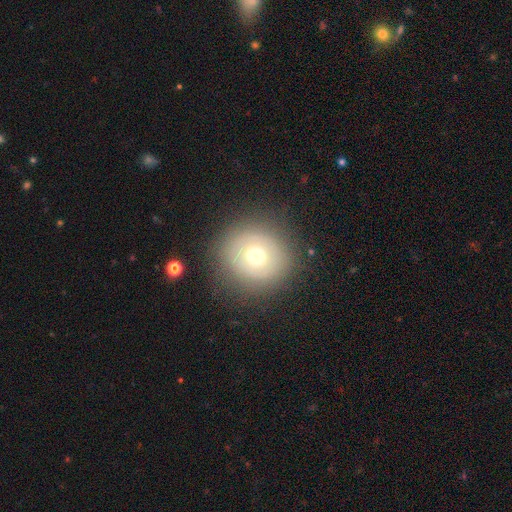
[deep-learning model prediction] A smooth galaxy with no disk features (60%) that is round (90%). Merging: none (83%).